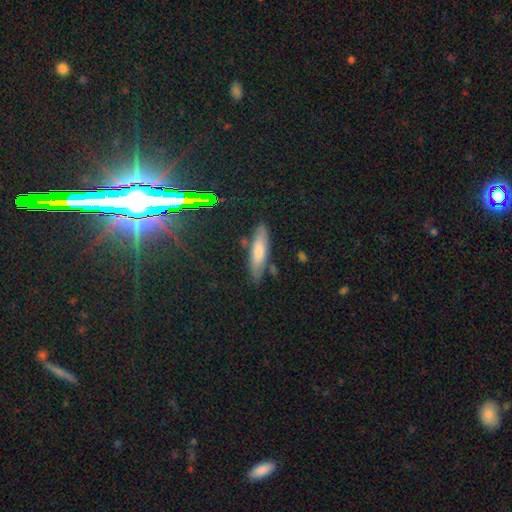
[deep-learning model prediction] The model was most divided on "how rounded": cigar-shaped: 61%, in between: 37%, round: 2%. More confident: merging — none (76%); smooth or featured — smooth (68%).